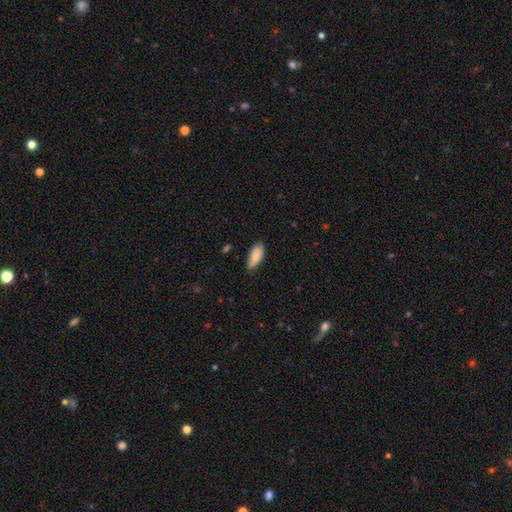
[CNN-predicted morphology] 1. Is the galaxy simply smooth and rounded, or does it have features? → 81% smooth, 12% featured or disk, 6% star or artifact.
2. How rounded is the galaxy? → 85% in between, 13% cigar-shaped, 2% round.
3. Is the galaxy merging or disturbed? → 63% none, 31% minor disturbance, 4% major disturbance, 2% merger.